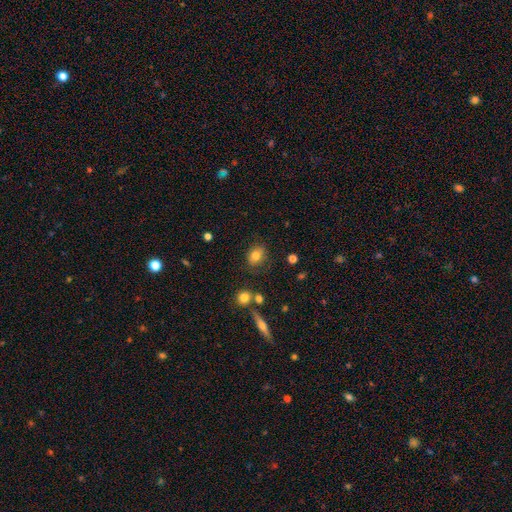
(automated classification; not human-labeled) Smooth or featured? Predicted: smooth (p=0.79). How rounded? Predicted: in between (p=0.49, tied with round). Merging? Predicted: none (p=0.78).